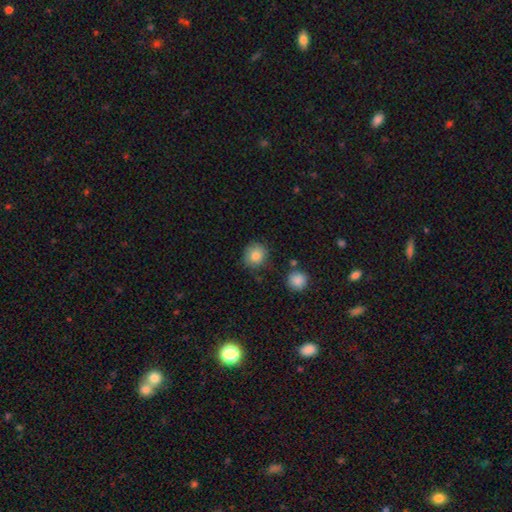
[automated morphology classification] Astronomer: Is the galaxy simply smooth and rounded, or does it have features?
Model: smooth — 84%.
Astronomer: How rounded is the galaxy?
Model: round — 85%.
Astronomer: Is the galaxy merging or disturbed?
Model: none — 78%.